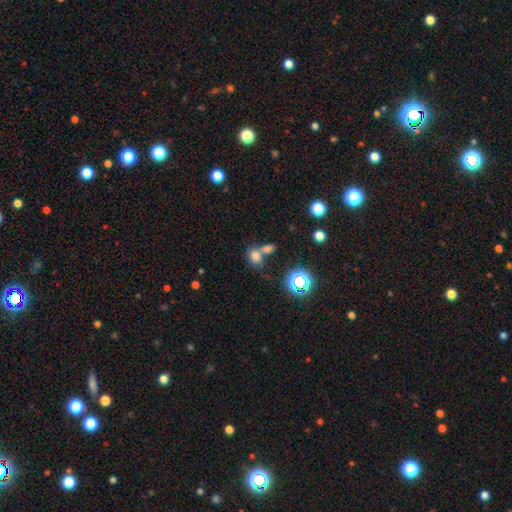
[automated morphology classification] A smooth galaxy with no disk features (71%) that is in between round and cigar-shaped (53%). Merging: merger (48%).